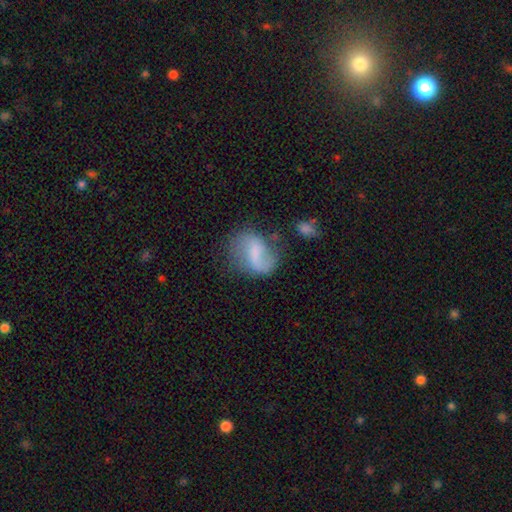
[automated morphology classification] This appears to be a featured or disk galaxy (58%) with a weak bar (46%), spiral arms (82%) and no central bulge (44%). Merging: none (50%).